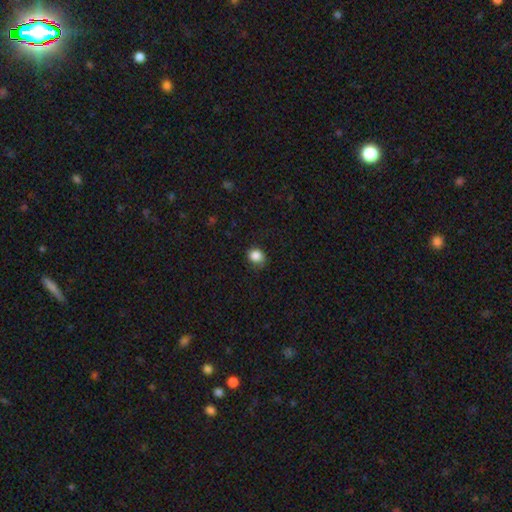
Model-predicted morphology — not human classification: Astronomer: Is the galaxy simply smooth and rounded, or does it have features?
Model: smooth — 86%.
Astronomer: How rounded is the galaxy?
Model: round — 73%.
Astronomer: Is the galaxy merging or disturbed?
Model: none — 72%.